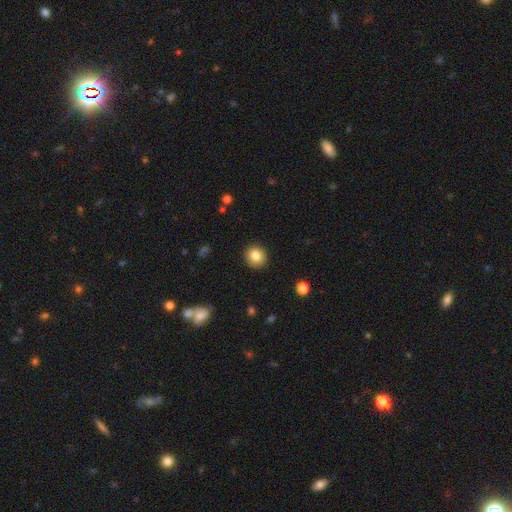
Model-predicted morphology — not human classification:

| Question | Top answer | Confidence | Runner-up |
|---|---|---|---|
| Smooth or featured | smooth | 83% | star or artifact (10%) |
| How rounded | round | 88% | in between (11%) |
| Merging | none | 91% | minor disturbance (6%) |